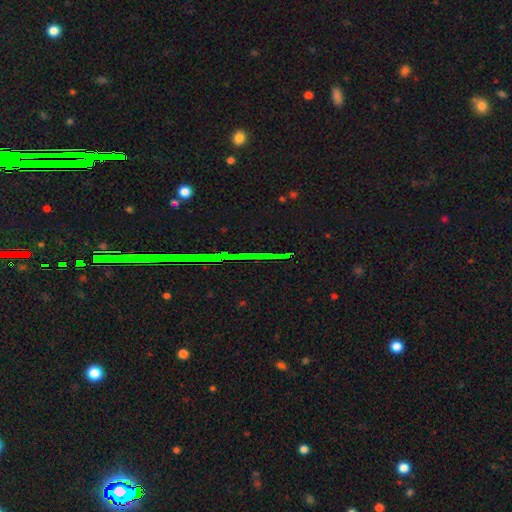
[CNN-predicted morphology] star or artifact 79%, featured or disk 13%, smooth 8%.